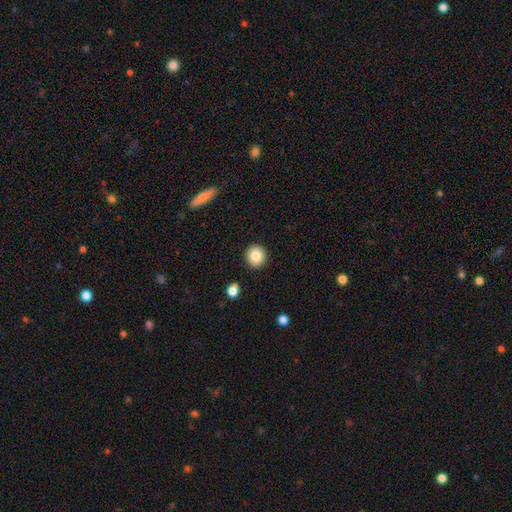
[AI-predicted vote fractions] Smooth or featured?
  - smooth: 85% *
  - star or artifact: 9%
  - featured or disk: 7%
How rounded?
  - round: 90% *
  - in between: 9%
  - cigar-shaped: 1%
Merging?
  - none: 90% *
  - minor disturbance: 6%
  - major disturbance: 2%
  - merger: 2%